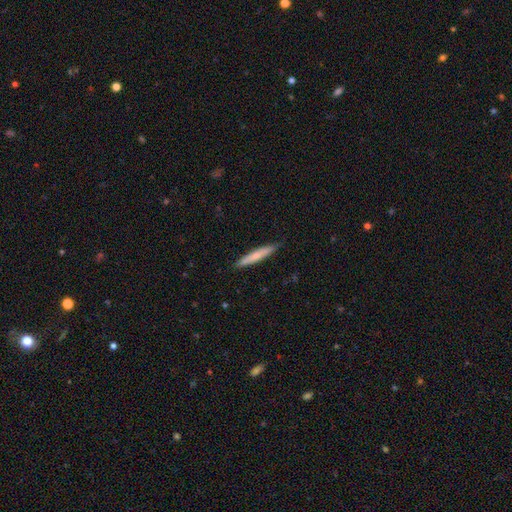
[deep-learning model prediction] The model was most divided on "smooth or featured": smooth: 69%, featured or disk: 25%, star or artifact: 5%. More confident: how rounded — cigar-shaped (94%); merging — none (89%).